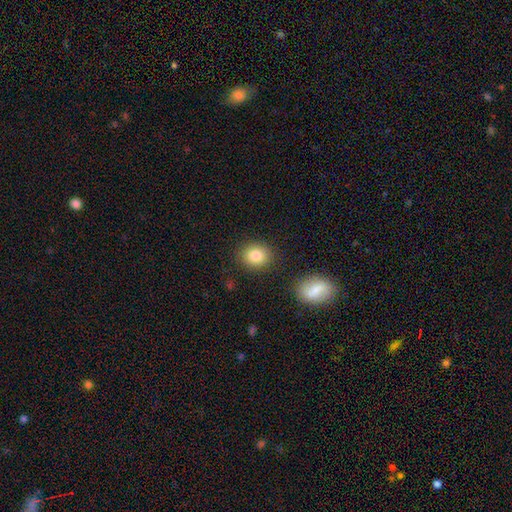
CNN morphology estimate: A smooth galaxy with no disk features (84%) that is round (66%). Merging: none (85%).